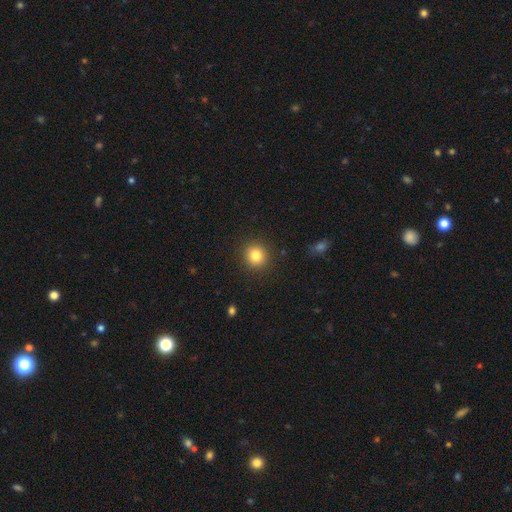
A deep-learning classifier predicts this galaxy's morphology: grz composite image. It shows a smooth galaxy with no disk features (82%) that is round (92%). Merging: none (91%).